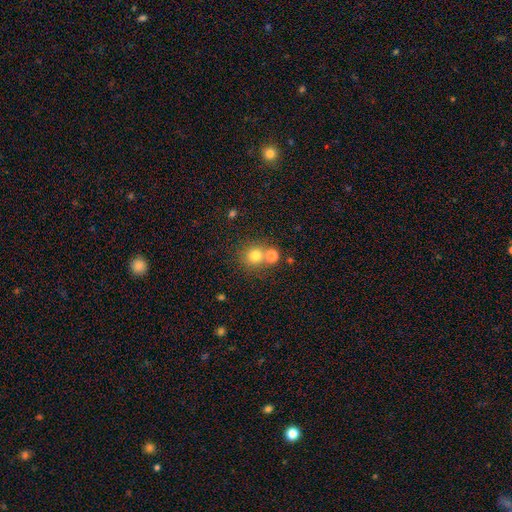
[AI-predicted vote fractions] The model was most divided on "merging": none: 59%, merger: 31%, minor disturbance: 7%, major disturbance: 3%. More confident: how rounded — round (89%); smooth or featured — smooth (77%).